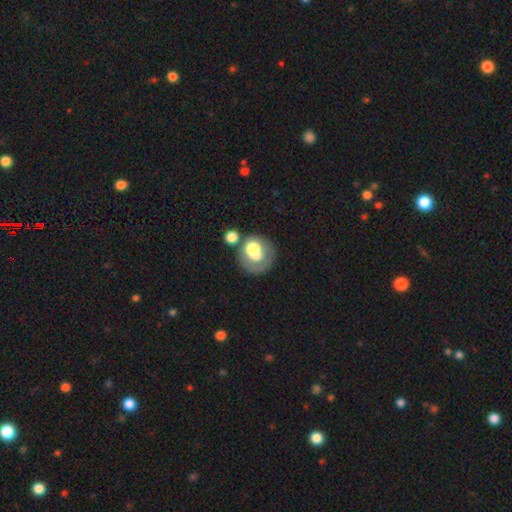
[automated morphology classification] Smooth or featured?
  - smooth: 53% *
  - featured or disk: 37%
  - star or artifact: 10%
How rounded?
  - round: 72% *
  - in between: 28%
  - cigar-shaped: 1%
Merging?
  - none: 38% *
  - merger: 26%
  - minor disturbance: 18%
  - major disturbance: 18%